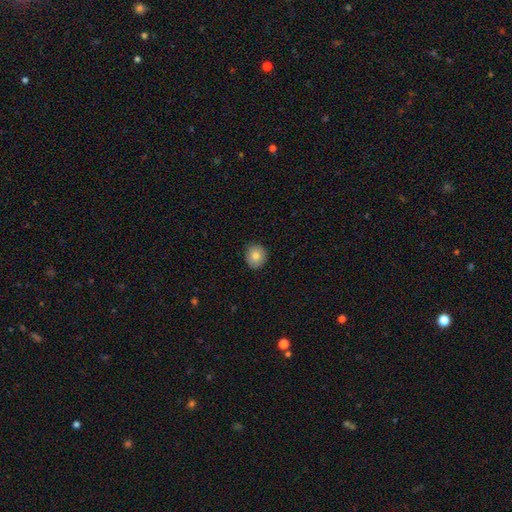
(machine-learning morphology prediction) smooth_or_featured: smooth (p=0.82) [alt: featured or disk p=0.09]
how_rounded: round (p=0.86) [alt: in between p=0.13]
merging: none (p=0.89) [alt: minor disturbance p=0.08]